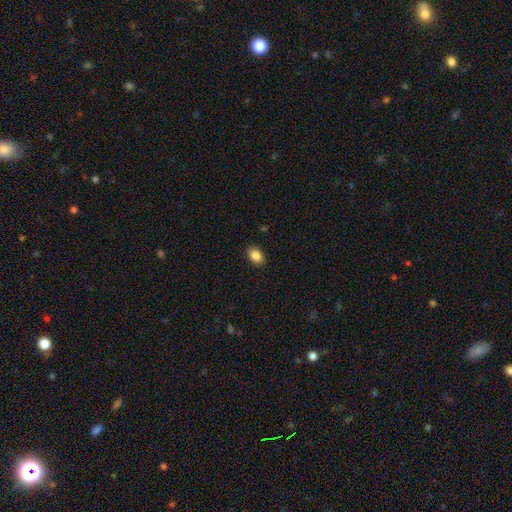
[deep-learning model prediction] smooth_or_featured: smooth (p=0.87) [alt: star or artifact p=0.09]
how_rounded: in between (p=0.80) [alt: round p=0.19]
merging: none (p=0.90) [alt: minor disturbance p=0.07]